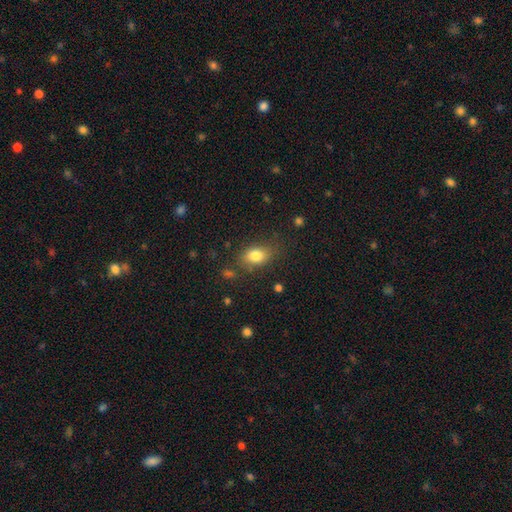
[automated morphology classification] type=smooth (81%); roundness=in between (76%); merging=none (75%).